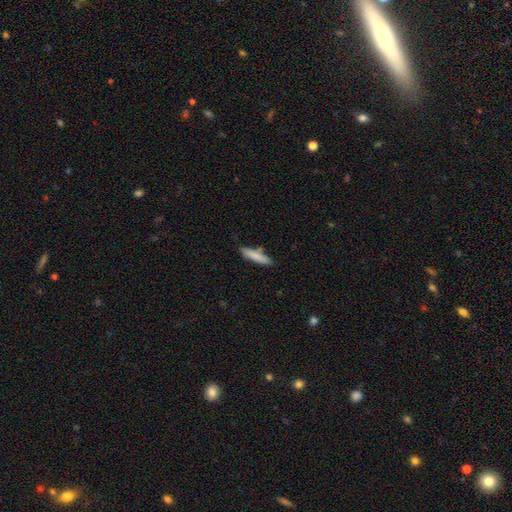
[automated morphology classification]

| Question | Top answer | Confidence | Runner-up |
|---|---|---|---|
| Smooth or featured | smooth | 83% | featured or disk (11%) |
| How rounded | cigar-shaped | 82% | in between (17%) |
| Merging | none | 79% | minor disturbance (13%) |